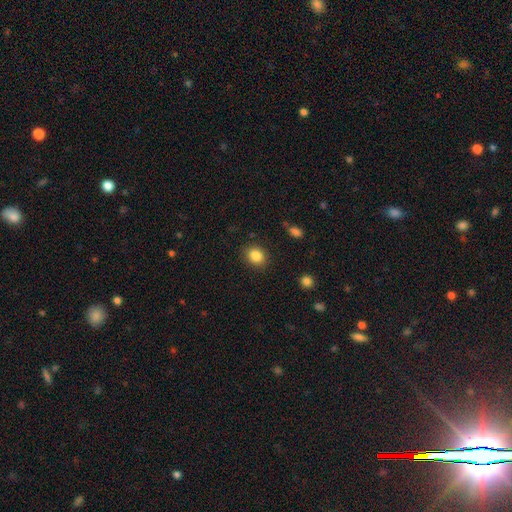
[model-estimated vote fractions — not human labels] Smooth or featured: smooth — 86% (star or artifact — 10%)
How rounded: round — 56% (in between — 43%)
Merging: none — 87% (minor disturbance — 9%)